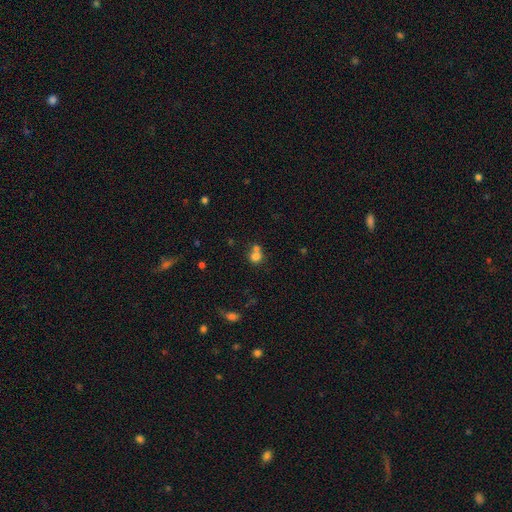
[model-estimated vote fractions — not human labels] smooth-or-featured: smooth: 76% | star or artifact: 13% | featured or disk: 11%
  how-rounded: round: 79% | in between: 20% | cigar-shaped: 1%
  merging: merger: 48% | none: 40% | minor disturbance: 8% | major disturbance: 4%